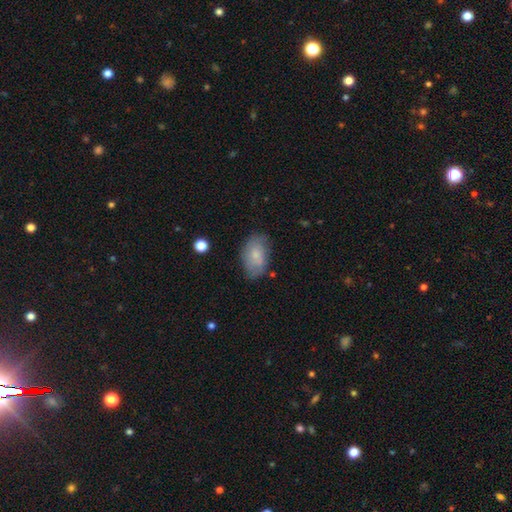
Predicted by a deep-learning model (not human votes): smooth_or_featured: smooth (p=0.66) [alt: featured or disk p=0.26]
how_rounded: in between (p=0.91) [alt: round p=0.08]
merging: none (p=0.68) [alt: minor disturbance p=0.23]